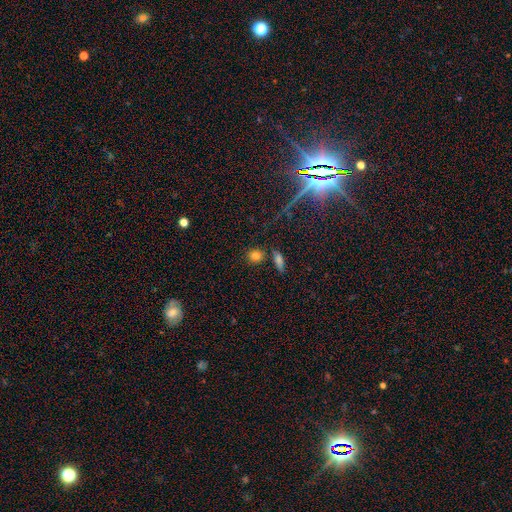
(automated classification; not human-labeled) smooth 79%, star or artifact 13%, featured or disk 8%. Down the decision tree: how rounded — round (76%); merging — none (78%).